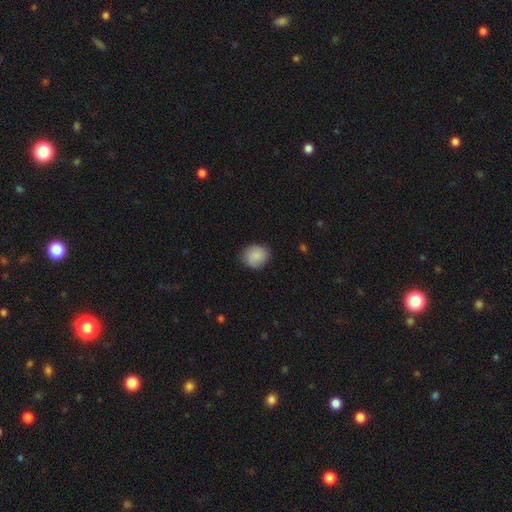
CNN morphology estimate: The model was most divided on "how rounded": round: 73%, in between: 26%, cigar-shaped: 1%. More confident: smooth or featured — smooth (88%); merging — none (85%).